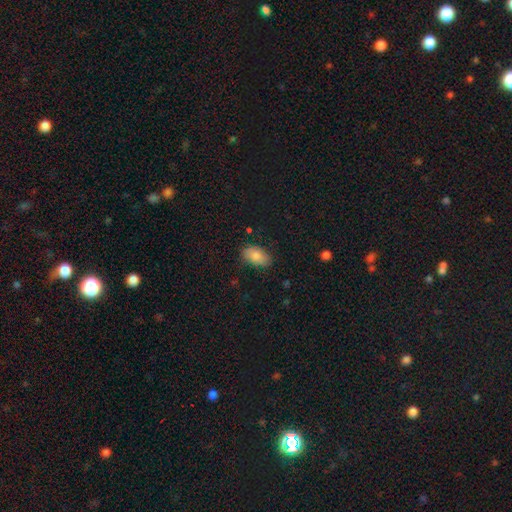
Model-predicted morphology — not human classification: type=smooth (82%); roundness=in between (93%); merging=none (81%).